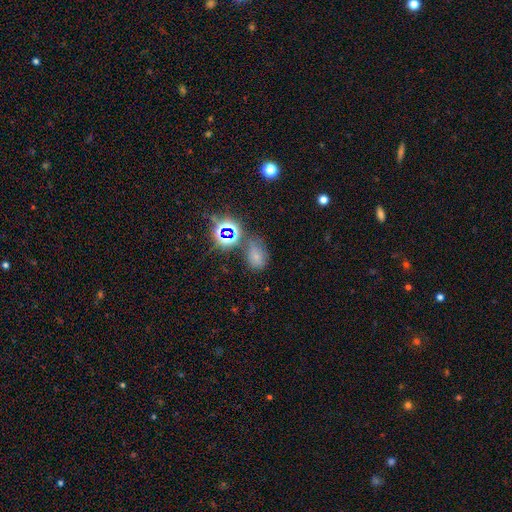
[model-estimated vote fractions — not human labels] A smooth galaxy with no disk features (52%) that is in between round and cigar-shaped (72%).

Vote fractions:
- Smooth or featured? smooth: 52% / star or artifact: 36% / featured or disk: 13%
- How rounded? in between: 72% / round: 26% / cigar-shaped: 2%
- Merging? none: 52% / minor disturbance: 23% / merger: 13% / major disturbance: 11%